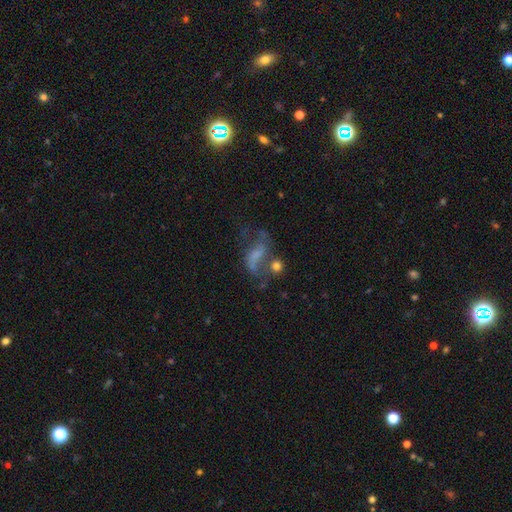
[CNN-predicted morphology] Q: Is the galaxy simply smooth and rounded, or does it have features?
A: featured or disk — 54%.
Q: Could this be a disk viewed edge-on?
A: no — 94%.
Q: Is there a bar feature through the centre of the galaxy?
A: no — 49%.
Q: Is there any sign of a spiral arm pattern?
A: yes — 61%.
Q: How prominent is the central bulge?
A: none — 45%.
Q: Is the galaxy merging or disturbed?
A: major disturbance — 33%.